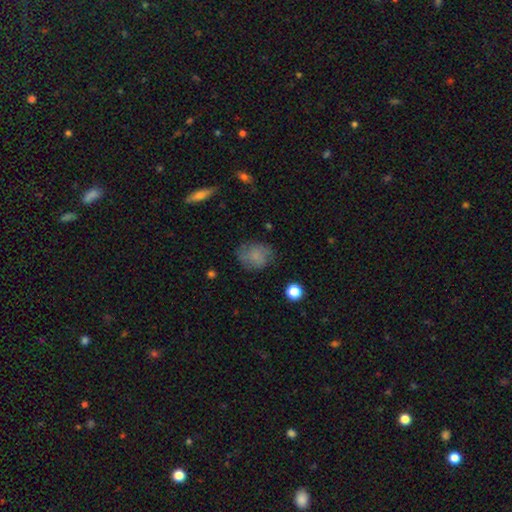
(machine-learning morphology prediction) This is likely a smooth galaxy (69%). How rounded: possibly round (60%). Merging: likely none (67%).